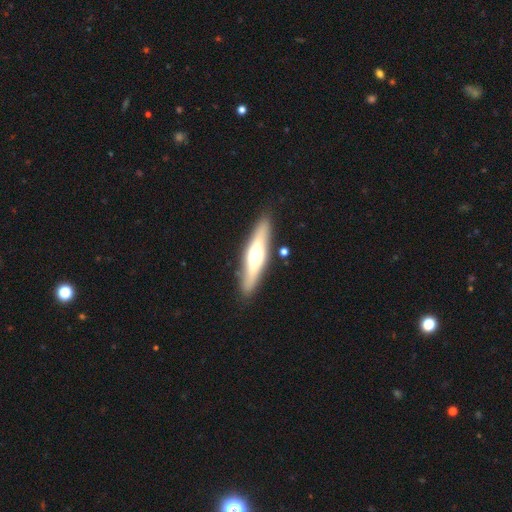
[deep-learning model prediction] Smooth or featured? Predicted: featured or disk (p=0.52). Edge-on disk? Predicted: yes (p=0.88). Merging? Predicted: none (p=0.86).